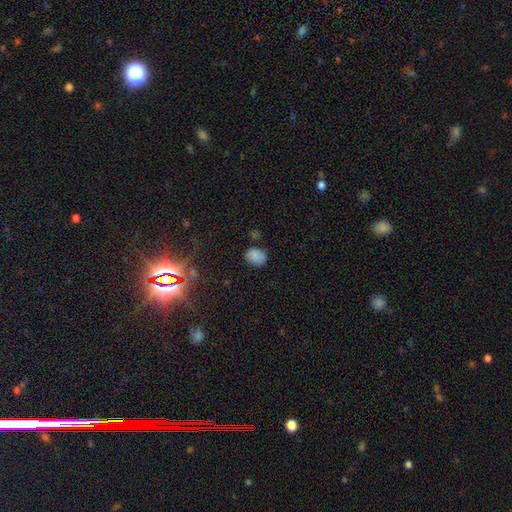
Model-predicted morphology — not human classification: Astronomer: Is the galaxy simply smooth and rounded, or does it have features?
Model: smooth — 82%.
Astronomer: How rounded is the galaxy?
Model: in between — 59% (runner-up: round, 40%).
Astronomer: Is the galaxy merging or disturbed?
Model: none — 72%.